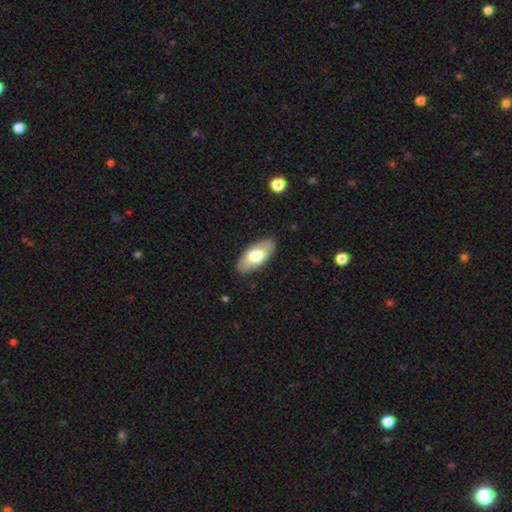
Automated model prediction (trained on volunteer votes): The model was most divided on "smooth or featured": smooth: 70%, featured or disk: 25%, star or artifact: 5%. More confident: how rounded — in between (91%); merging — none (87%).